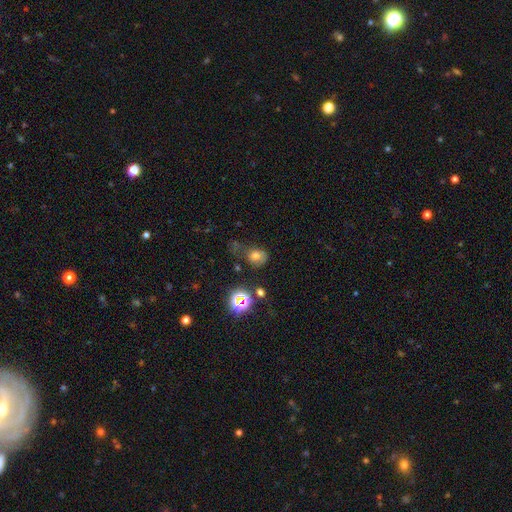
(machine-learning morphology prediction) The model was most divided on "how rounded": round: 50%, in between: 49%, cigar-shaped: 1%. Remaining: smooth or featured — smooth (65%); merging — none (39%).